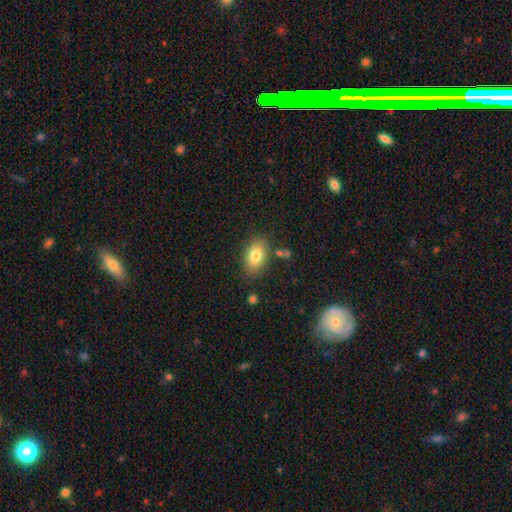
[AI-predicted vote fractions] Morphology: type=smooth (79%); roundness=in between (87%); merging=none (81%).